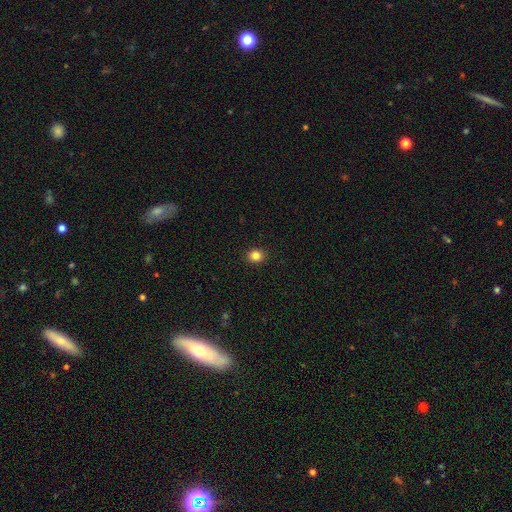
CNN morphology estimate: Smooth or featured? Predicted: smooth (p=0.84). How rounded? Predicted: round (p=0.77). Merging? Predicted: none (p=0.92).